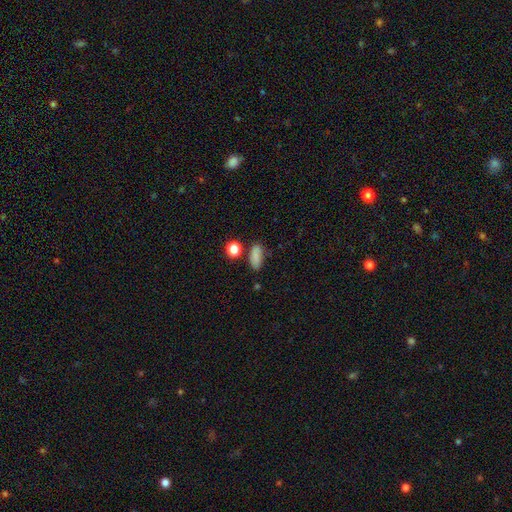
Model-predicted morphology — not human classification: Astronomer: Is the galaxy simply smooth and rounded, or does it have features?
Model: smooth — 80%.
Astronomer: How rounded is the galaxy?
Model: in between — 78%.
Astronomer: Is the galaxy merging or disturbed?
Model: none — 66%.